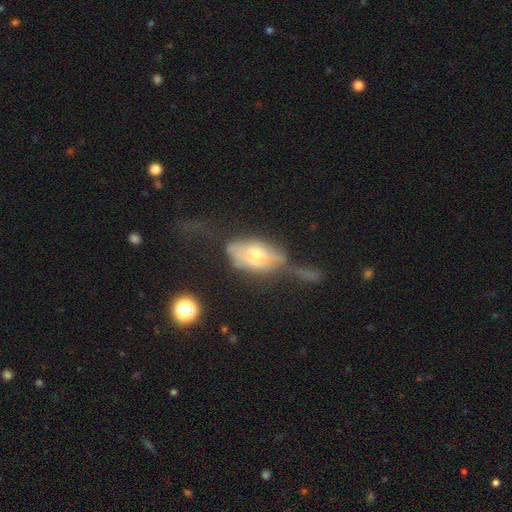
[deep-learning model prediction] smooth-or-featured: featured or disk: 55% | smooth: 35% | star or artifact: 10%
  disk-edge-on: no: 60% | yes: 40%
  merging: major disturbance: 42% | none: 25% | minor disturbance: 23% | merger: 11%